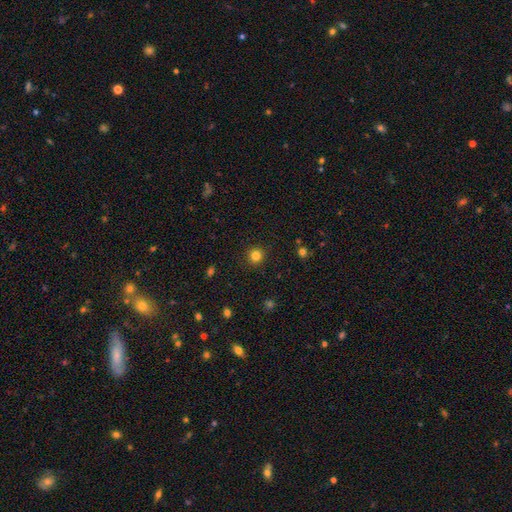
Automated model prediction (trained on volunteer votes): A smooth galaxy with no disk features (82%) that is round (94%). Merging: none (92%).